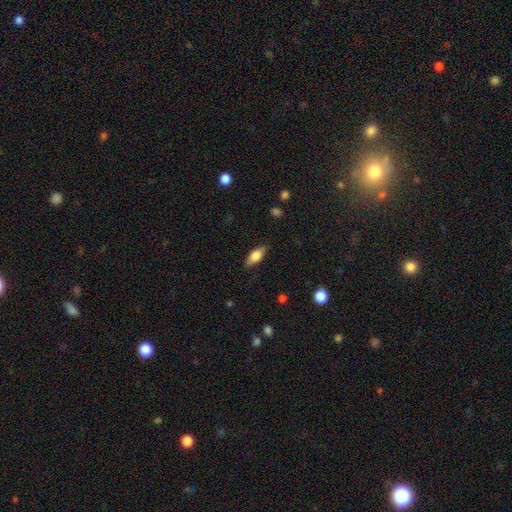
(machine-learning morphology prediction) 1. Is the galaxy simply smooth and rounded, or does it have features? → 69% smooth, 24% featured or disk, 7% star or artifact.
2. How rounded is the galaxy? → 80% in between, 16% cigar-shaped, 4% round.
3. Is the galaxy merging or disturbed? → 83% none, 13% minor disturbance, 3% major disturbance, 1% merger.